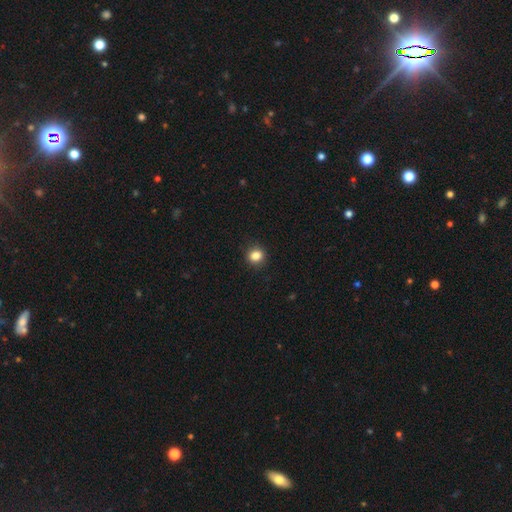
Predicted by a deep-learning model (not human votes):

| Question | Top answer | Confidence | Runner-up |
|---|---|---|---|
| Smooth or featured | smooth | 85% | star or artifact (11%) |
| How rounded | round | 78% | in between (21%) |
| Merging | none | 89% | minor disturbance (8%) |